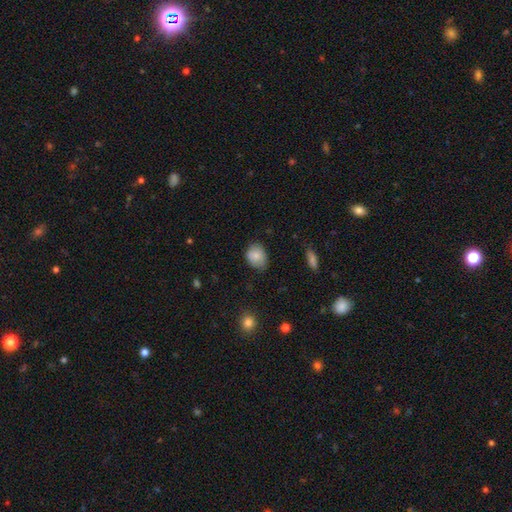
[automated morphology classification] Smooth or featured: smooth — 82% (featured or disk — 10%)
How rounded: round — 51% (in between — 48%)
Merging: none — 71% (minor disturbance — 24%)